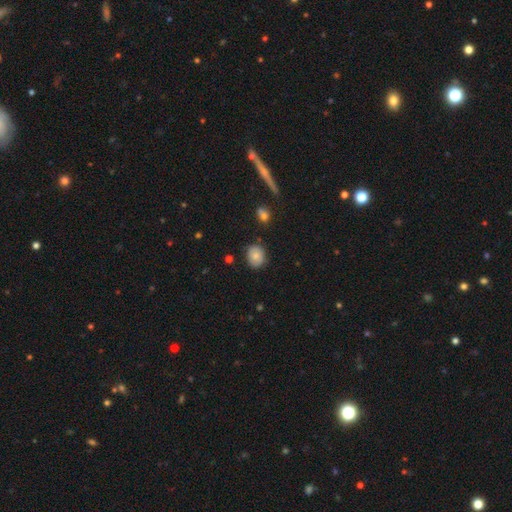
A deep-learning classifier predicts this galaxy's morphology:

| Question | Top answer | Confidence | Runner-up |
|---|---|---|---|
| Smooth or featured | smooth | 79% | featured or disk (13%) |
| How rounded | round | 60% | in between (39%) |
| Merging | none | 77% | minor disturbance (17%) |